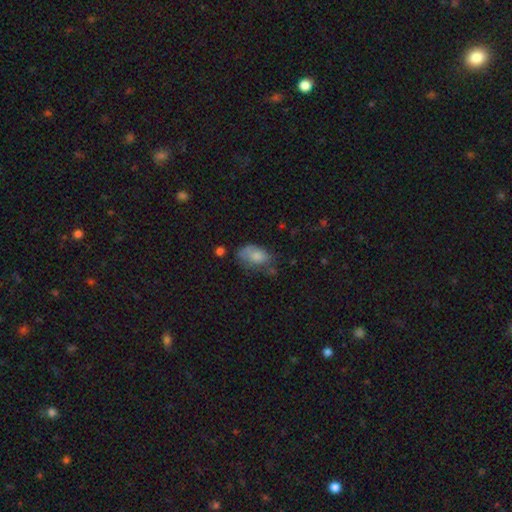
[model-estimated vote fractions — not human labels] A smooth galaxy with no disk features (75%) that is in between round and cigar-shaped (88%). Merging: none (43%).